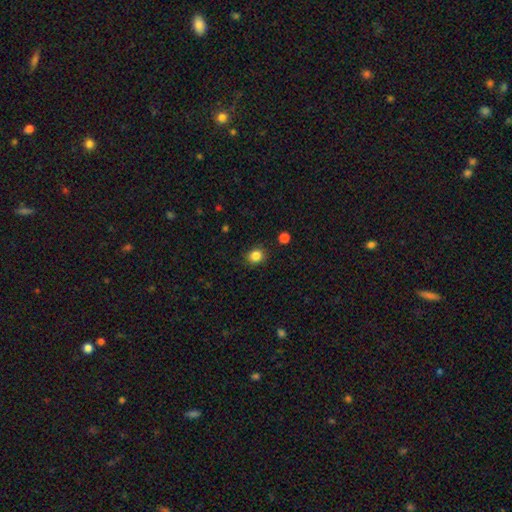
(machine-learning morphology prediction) Smooth or featured: smooth — 85% (star or artifact — 11%)
How rounded: round — 77% (in between — 22%)
Merging: none — 88% (minor disturbance — 8%)